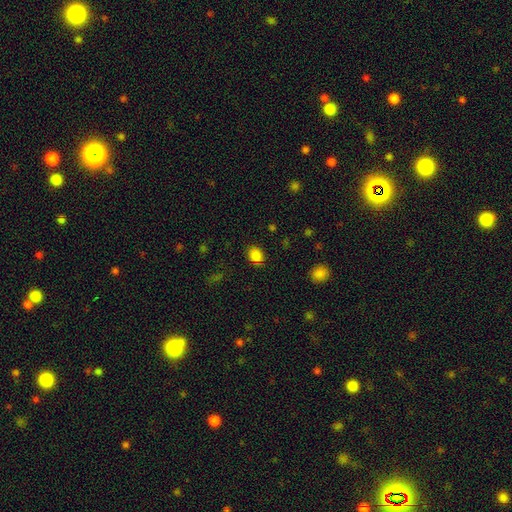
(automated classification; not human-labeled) Smooth or featured? Predicted: smooth (p=0.83). How rounded? Predicted: round (p=0.51). Merging? Predicted: none (p=0.82).